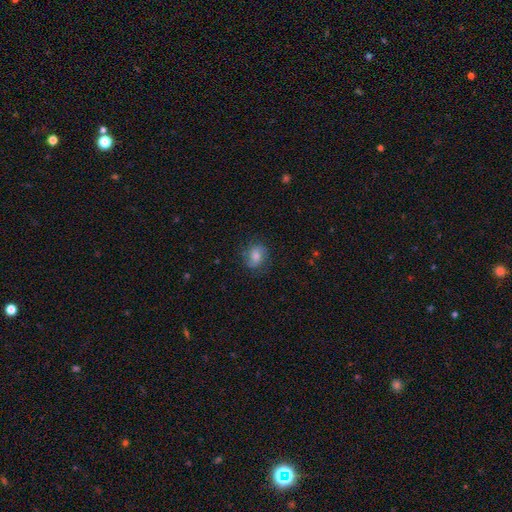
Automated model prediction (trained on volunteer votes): This appears to be a smooth galaxy with no disk features (56%) that is round (60%). Merging: none (77%).